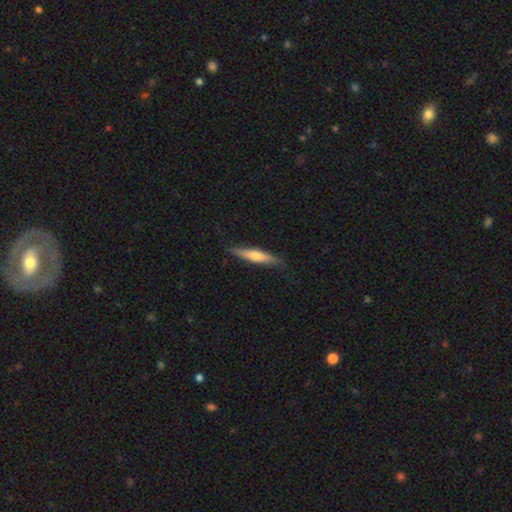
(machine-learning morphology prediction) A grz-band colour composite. It shows a smooth galaxy with no disk features (52%) that is cigar-shaped (87%). Merging: none (82%).